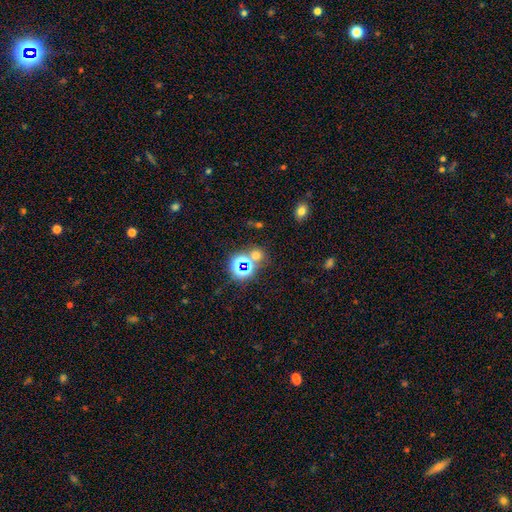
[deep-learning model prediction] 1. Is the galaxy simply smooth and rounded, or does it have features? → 46% smooth (tied), 46% star or artifact (tied), 8% featured or disk.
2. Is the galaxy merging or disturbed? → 63% none, 24% merger, 8% minor disturbance, 5% major disturbance.